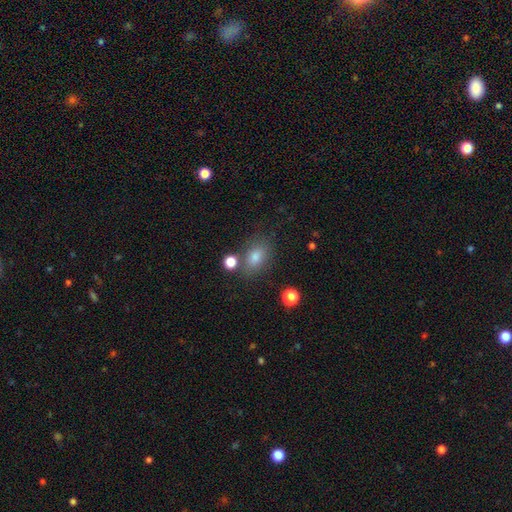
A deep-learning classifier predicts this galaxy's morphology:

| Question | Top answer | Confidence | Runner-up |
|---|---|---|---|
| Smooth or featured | smooth | 74% | star or artifact (16%) |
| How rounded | in between | 73% | round (25%) |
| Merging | none | 76% | minor disturbance (12%) |